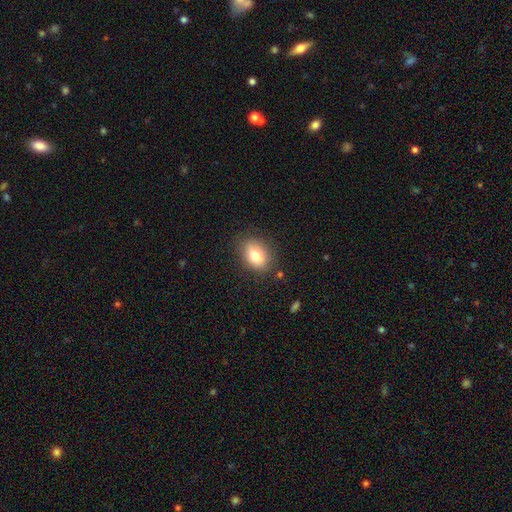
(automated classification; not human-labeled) smooth 78%, featured or disk 12%, star or artifact 9%. Down the decision tree: how rounded — in between (75%); merging — none (82%).